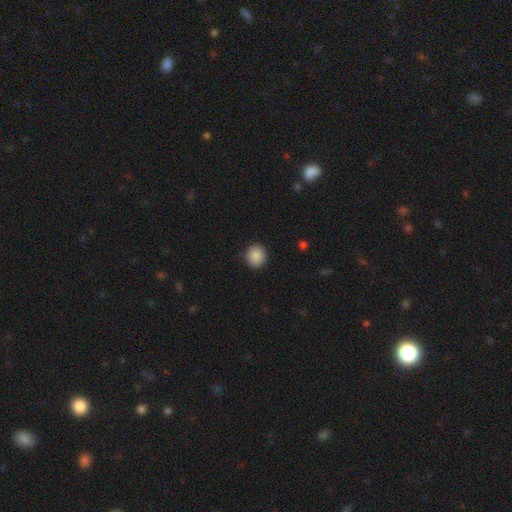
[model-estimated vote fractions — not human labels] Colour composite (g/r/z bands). It shows a smooth galaxy with no disk features (88%) that is round (84%). Merging: none (90%).